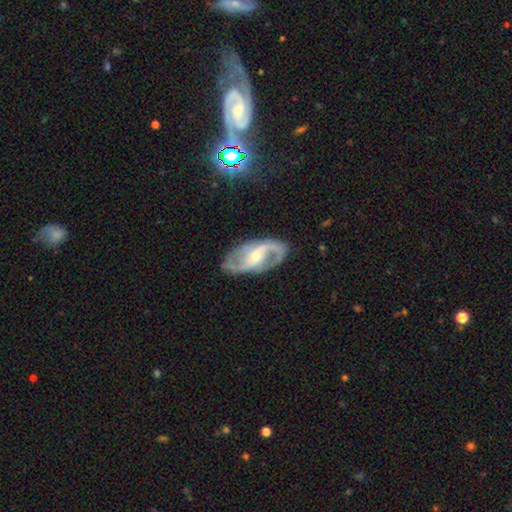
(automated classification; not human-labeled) smooth_or_featured: featured or disk (p=0.87) [alt: smooth p=0.07]
disk_edge_on: no (p=0.95) [alt: yes p=0.05]
bar: no (p=0.38) [tied with: weak p=0.38]
has_spiral_arms: yes (p=0.95) [alt: no p=0.05]
spiral_winding: medium (p=0.48) [alt: loose p=0.34]
spiral_arm_count: 2 (p=0.89) [alt: can't tell p=0.04]
bulge_size: small (p=0.54) [alt: moderate p=0.43]
merging: none (p=0.81) [alt: minor disturbance p=0.13]